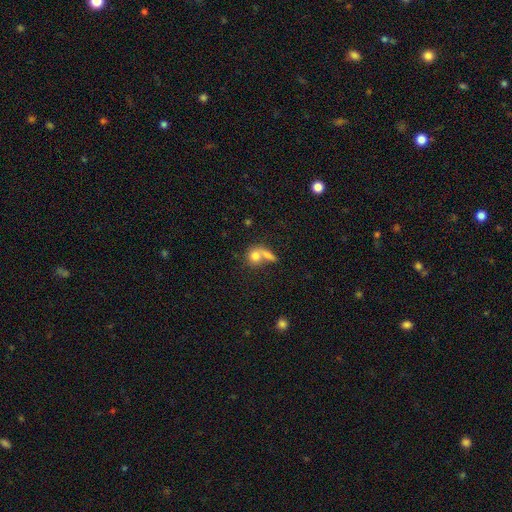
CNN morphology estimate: smooth_or_featured: smooth (p=0.77) [alt: featured or disk p=0.14]
how_rounded: round (p=0.66) [alt: in between p=0.30]
merging: merger (p=0.52) [alt: none p=0.32]